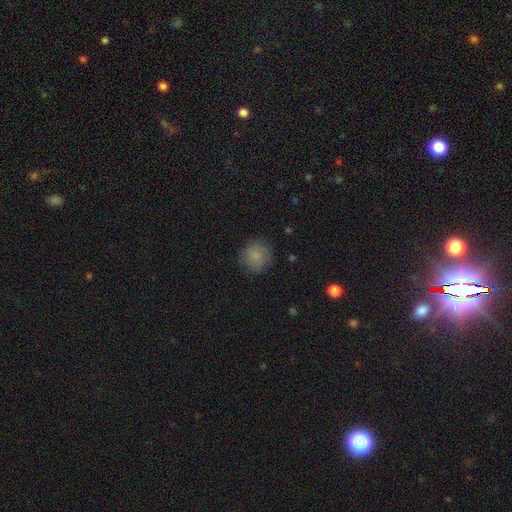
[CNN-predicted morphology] smooth_or_featured: smooth (p=0.81) [alt: featured or disk p=0.10]
how_rounded: round (p=0.89) [alt: in between p=0.10]
merging: none (p=0.79) [alt: minor disturbance p=0.15]